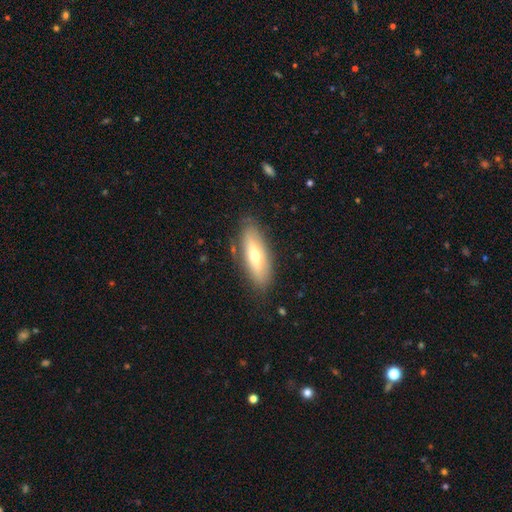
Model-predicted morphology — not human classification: smooth_or_featured: smooth (p=0.51) [alt: featured or disk p=0.42]
how_rounded: in between (p=0.58) [alt: cigar-shaped p=0.40]
merging: none (p=0.83) [alt: minor disturbance p=0.13]